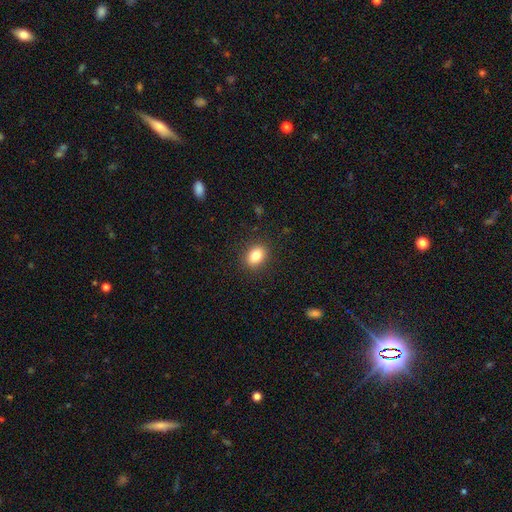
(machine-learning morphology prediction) Smooth or featured? Predicted: smooth (p=0.84). How rounded? Predicted: in between (p=0.67). Merging? Predicted: none (p=0.89).